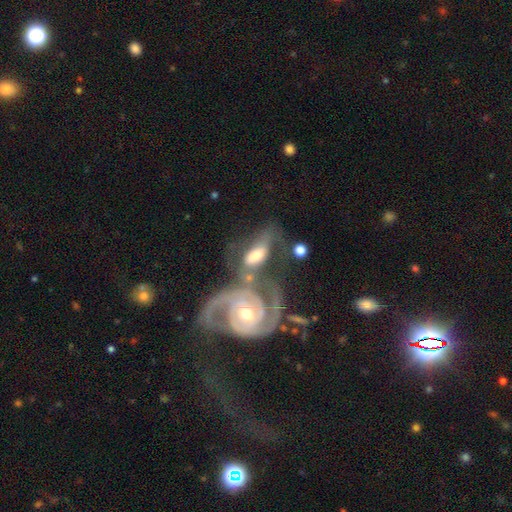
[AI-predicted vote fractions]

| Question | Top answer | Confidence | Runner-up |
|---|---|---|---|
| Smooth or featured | featured or disk | 64% | smooth (29%) |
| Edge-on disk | no | 92% | yes (8%) |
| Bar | no | 48% | weak (35%) |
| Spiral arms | yes | 87% | no (13%) |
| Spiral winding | medium | 40% | tied: tight (40%) |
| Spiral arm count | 2 | 69% | can't tell (14%) |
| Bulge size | moderate | 59% | small (19%) |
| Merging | merger | 56% | none (21%) |